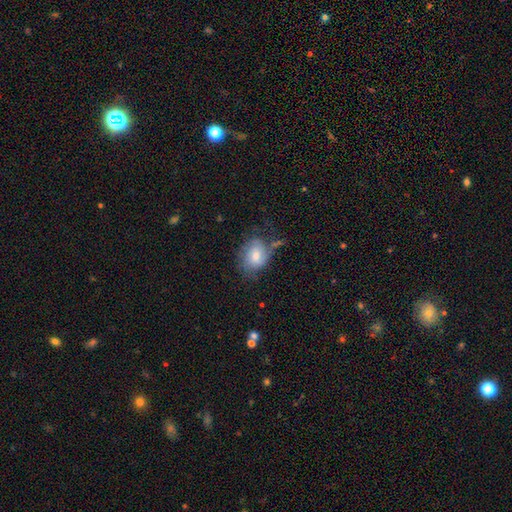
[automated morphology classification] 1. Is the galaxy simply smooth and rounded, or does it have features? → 53% smooth, 39% featured or disk, 8% star or artifact.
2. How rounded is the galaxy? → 68% in between, 31% round, 1% cigar-shaped.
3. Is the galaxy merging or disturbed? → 45% none, 30% minor disturbance, 19% major disturbance, 6% merger.